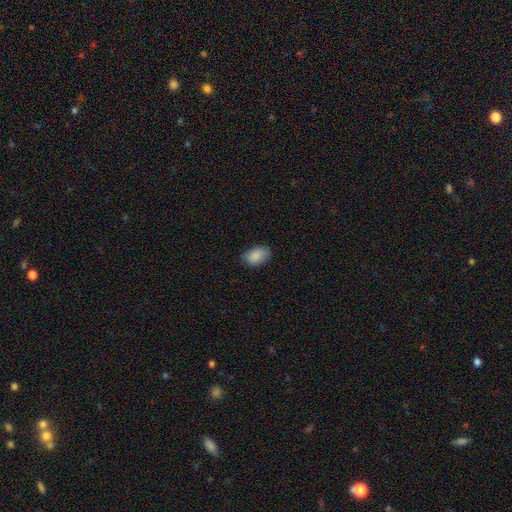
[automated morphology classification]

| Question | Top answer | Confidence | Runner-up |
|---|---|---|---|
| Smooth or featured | smooth | 88% | star or artifact (7%) |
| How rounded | in between | 87% | round (12%) |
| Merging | none | 77% | minor disturbance (19%) |